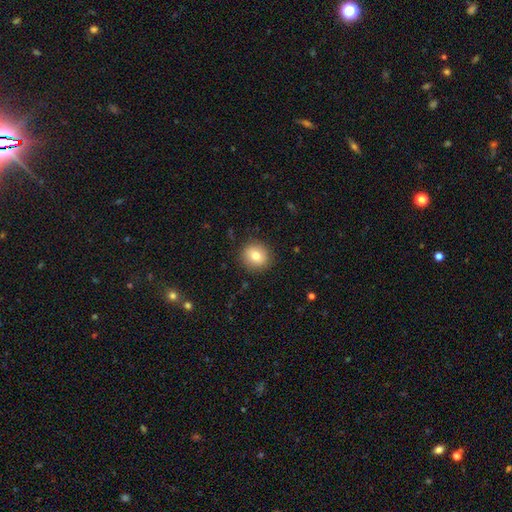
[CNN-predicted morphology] This is likely a smooth galaxy (79%). How rounded: clearly round (86%). Merging: clearly none (89%).